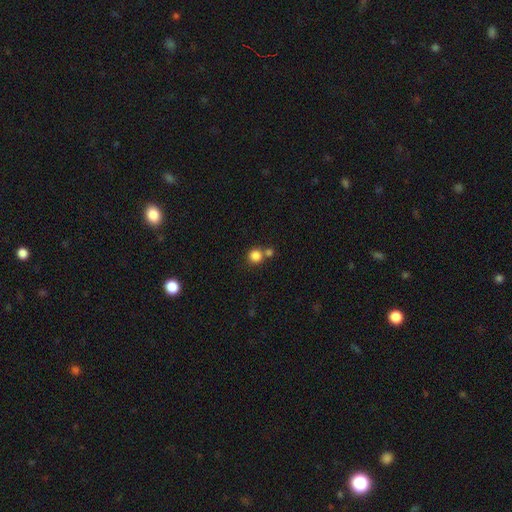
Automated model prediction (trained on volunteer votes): Smooth or featured? Predicted: smooth (p=0.84). How rounded? Predicted: round (p=0.91). Merging? Predicted: none (p=0.60).